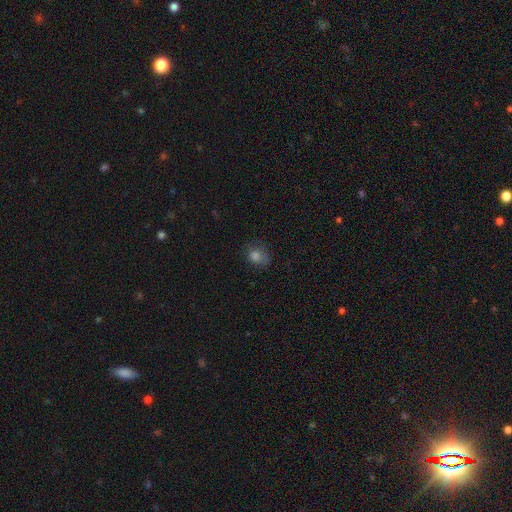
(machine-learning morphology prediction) Q: Smooth or featured?
A: smooth (77%); runner-up: star or artifact (14%)
Q: How rounded?
A: round (61%); runner-up: in between (38%)
Q: Merging?
A: none (60%); runner-up: minor disturbance (26%)